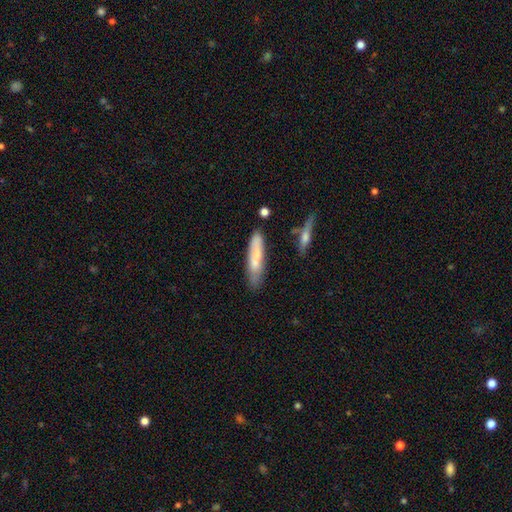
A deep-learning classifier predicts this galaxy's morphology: Smooth or featured? smooth (64%)
How rounded? cigar-shaped (80%)
Merging? none (72%)